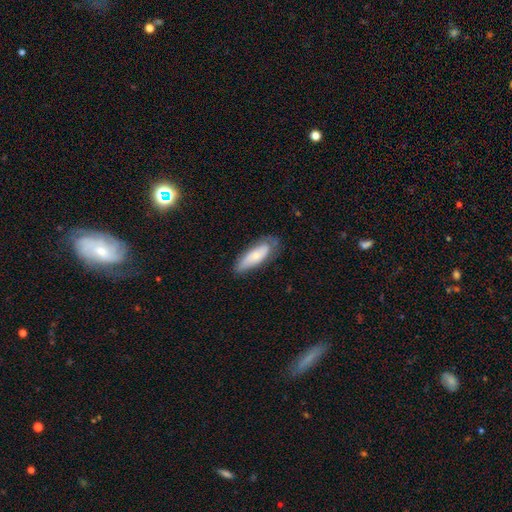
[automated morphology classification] smooth-or-featured: smooth: 65% | featured or disk: 28% | star or artifact: 6%
  how-rounded: in between: 61% | cigar-shaped: 38% | round: 2%
  merging: none: 65% | minor disturbance: 26% | major disturbance: 7% | merger: 2%